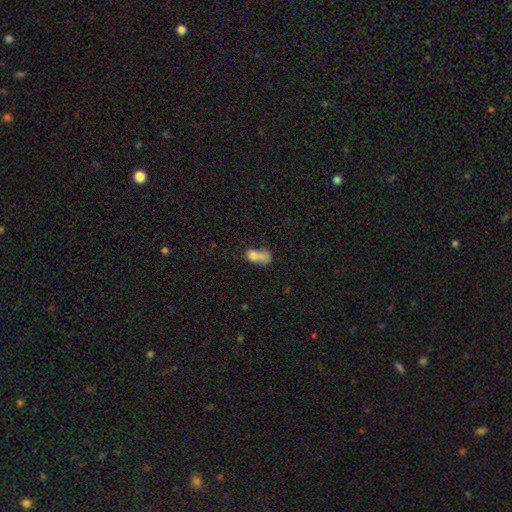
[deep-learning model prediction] Smooth or featured? smooth (72%)
How rounded? in between (74%)
Merging? merger (59%)